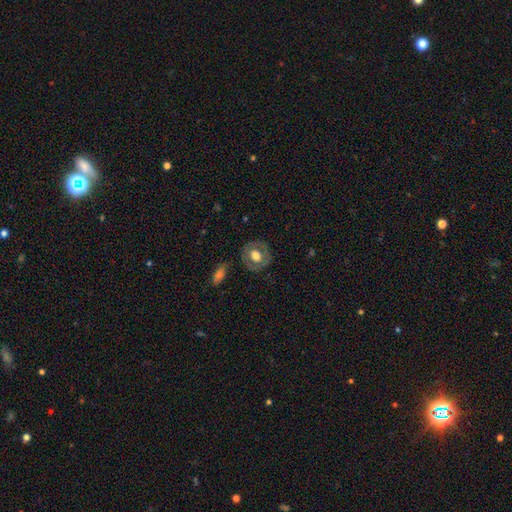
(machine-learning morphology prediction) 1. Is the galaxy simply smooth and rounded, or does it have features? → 50% smooth, 43% featured or disk, 6% star or artifact.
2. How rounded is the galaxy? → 78% round, 21% in between, 1% cigar-shaped.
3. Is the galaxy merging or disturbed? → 82% none, 11% minor disturbance, 4% major disturbance, 2% merger.